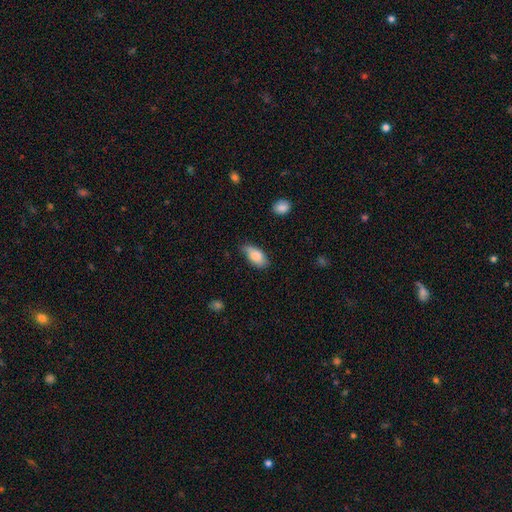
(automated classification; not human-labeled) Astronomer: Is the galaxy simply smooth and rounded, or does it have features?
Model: smooth — 83%.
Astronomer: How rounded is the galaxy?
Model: in between — 91%.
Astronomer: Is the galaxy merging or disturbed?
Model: none — 61%.